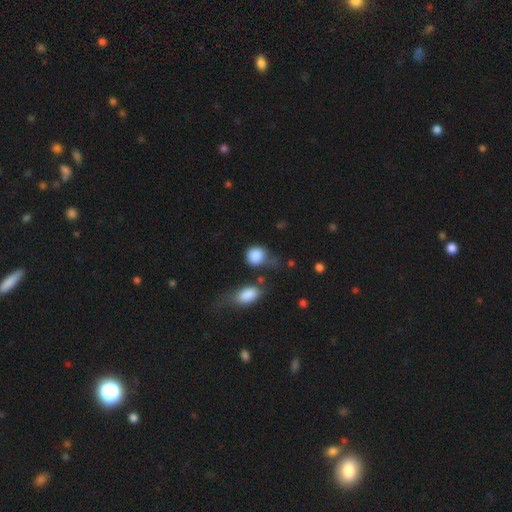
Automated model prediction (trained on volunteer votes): Smooth or featured?
  - smooth: 86% *
  - star or artifact: 8%
  - featured or disk: 7%
How rounded?
  - round: 73% *
  - in between: 25%
  - cigar-shaped: 2%
Merging?
  - none: 40% *
  - minor disturbance: 25%
  - major disturbance: 18%
  - merger: 17%